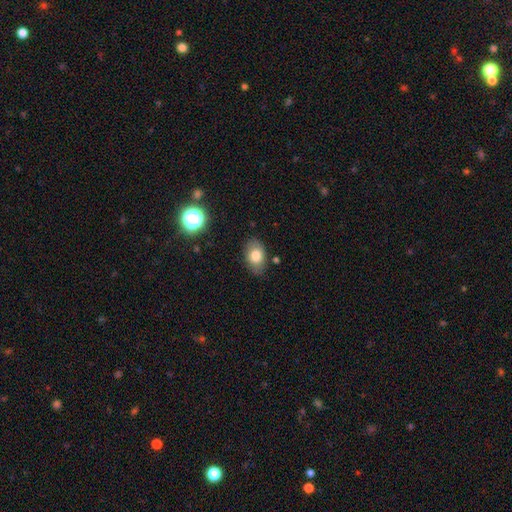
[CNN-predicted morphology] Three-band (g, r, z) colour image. It shows a smooth galaxy with no disk features (78%) that is in between round and cigar-shaped (83%). Merging: none (79%).